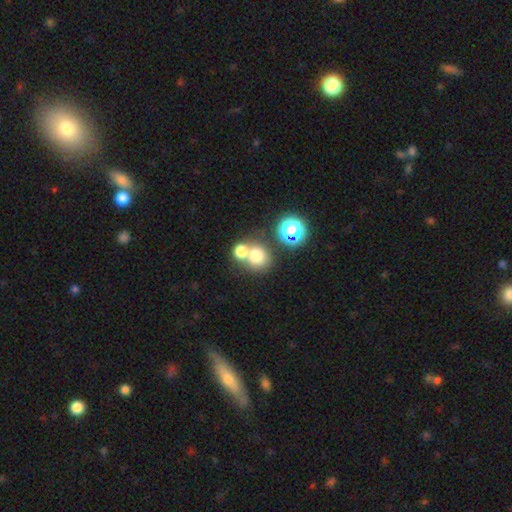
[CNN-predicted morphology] Smooth or featured? smooth (72%)
How rounded? round (83%)
Merging? none (47%)